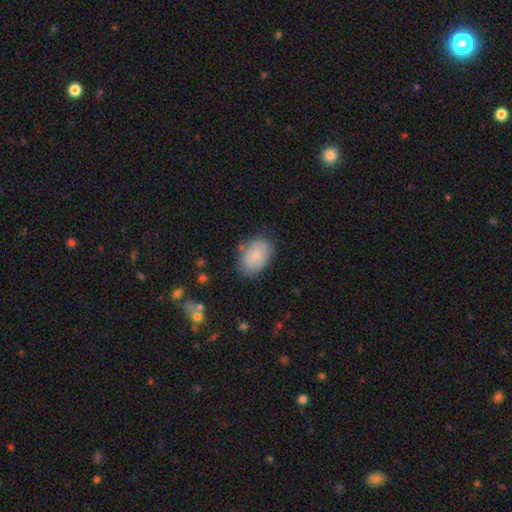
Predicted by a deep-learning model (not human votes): Morphology: type=smooth (78%); roundness=in between (80%); merging=none (76%).